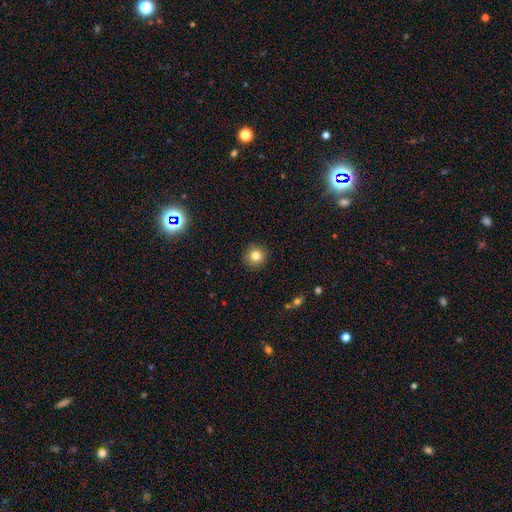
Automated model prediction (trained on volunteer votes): A smooth galaxy with no disk features (82%) that is round (94%). Merging: none (91%).